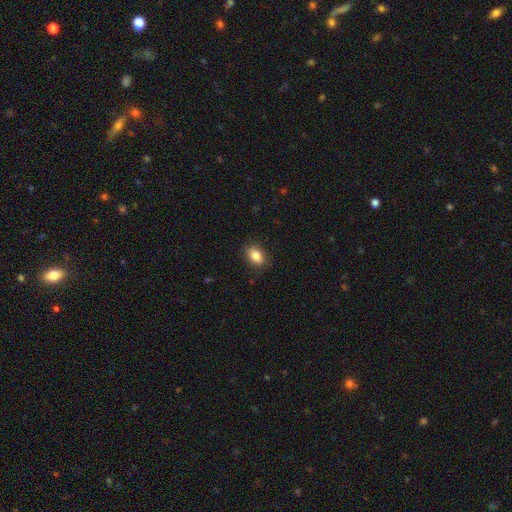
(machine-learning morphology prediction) A smooth galaxy with no disk features (84%) that is in between round and cigar-shaped (82%). Merging: none (85%).